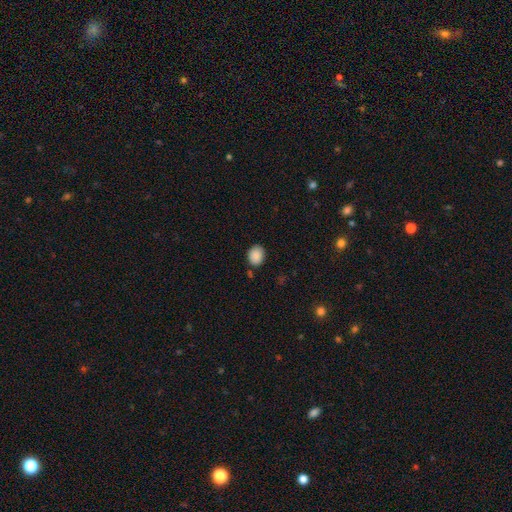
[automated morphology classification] Overall: smooth (88%). How rounded: round (53%; in between 46%). Merging: none (81%).